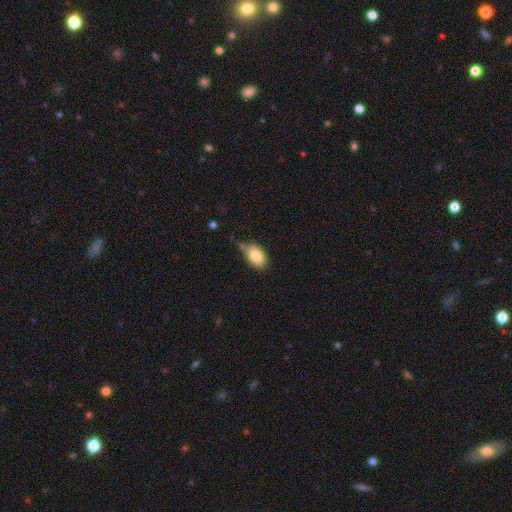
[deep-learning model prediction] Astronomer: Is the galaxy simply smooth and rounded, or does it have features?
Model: smooth — 86%.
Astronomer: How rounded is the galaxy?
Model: in between — 90%.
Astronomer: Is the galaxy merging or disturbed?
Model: none — 59%.